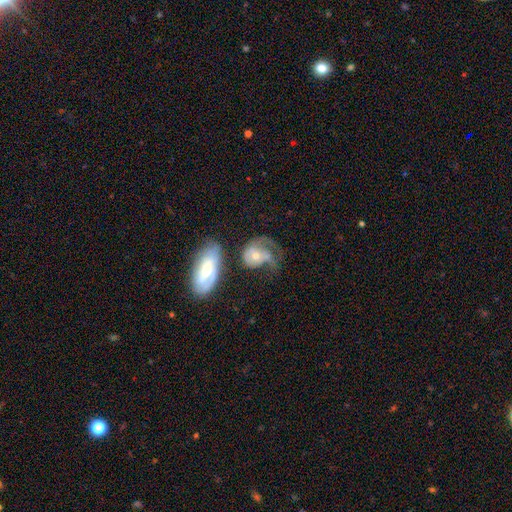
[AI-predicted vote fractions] This is possibly a featured or disk galaxy (53%). It is clearly not viewed edge-on (96%). Bar: likely no (78%). Spiral arm pattern: likely yes (64%). Central bulge: possibly moderate (52%). Merging: marginally major disturbance (36%).